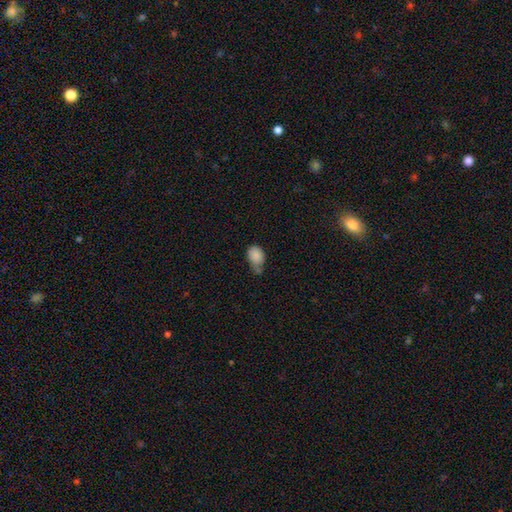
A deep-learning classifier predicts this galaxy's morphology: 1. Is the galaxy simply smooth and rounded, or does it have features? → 86% smooth, 9% star or artifact, 5% featured or disk.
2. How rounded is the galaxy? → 70% in between, 28% round, 1% cigar-shaped.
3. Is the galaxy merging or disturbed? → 40% none, 35% minor disturbance, 16% merger, 10% major disturbance.